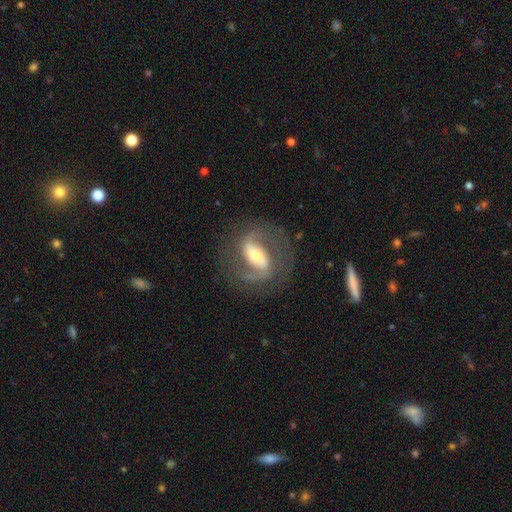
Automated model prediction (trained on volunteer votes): Morphology: type=featured or disk (86%); edge-on=no (96%); bar=strong (49%); spiral arms=yes (94%); winding=medium (56%); arm count=2 (90%); bulge=moderate (56%); merging=none (78%).